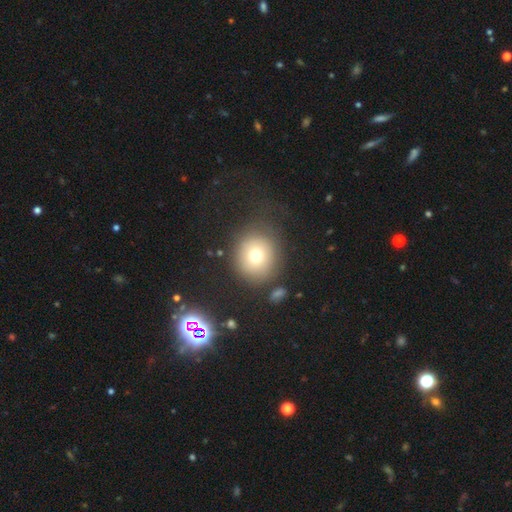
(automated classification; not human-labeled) Smooth or featured: smooth — 73% (star or artifact — 14%)
How rounded: round — 84% (in between — 15%)
Merging: none — 75% (minor disturbance — 13%)